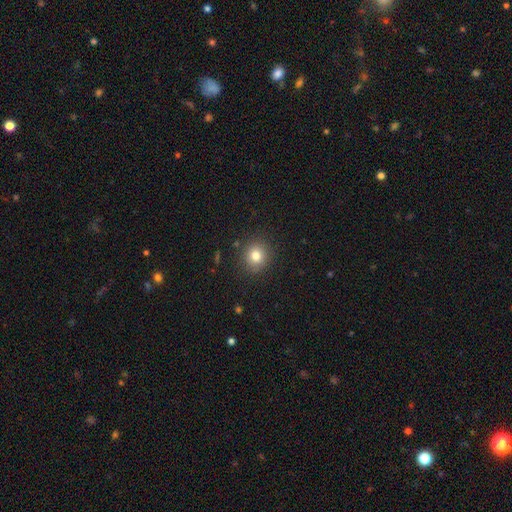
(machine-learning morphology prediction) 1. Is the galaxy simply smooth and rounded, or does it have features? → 79% smooth, 13% star or artifact, 8% featured or disk.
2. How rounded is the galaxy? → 86% round, 13% in between, 1% cigar-shaped.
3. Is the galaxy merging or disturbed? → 89% none, 7% minor disturbance, 3% major disturbance, 1% merger.